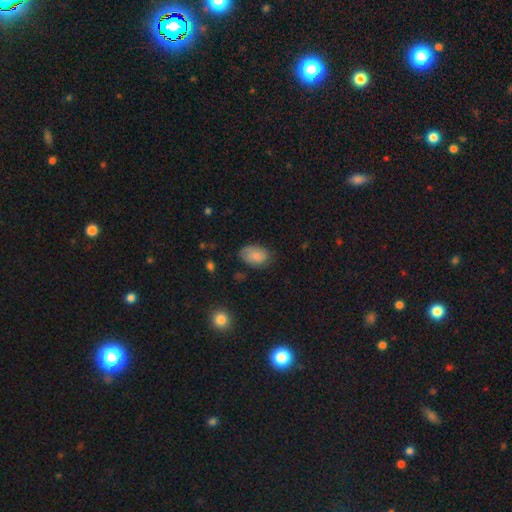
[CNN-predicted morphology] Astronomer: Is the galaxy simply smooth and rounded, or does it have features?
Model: smooth — 76%.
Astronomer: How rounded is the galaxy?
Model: in between — 86%.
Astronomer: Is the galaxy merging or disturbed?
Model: none — 69%.